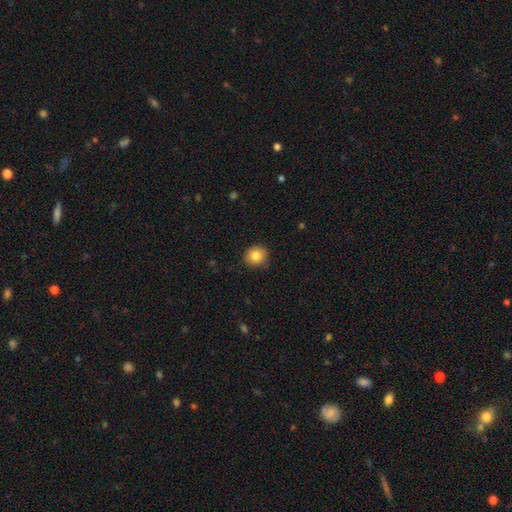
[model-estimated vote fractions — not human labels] Smooth or featured?
  - smooth: 83% *
  - star or artifact: 10%
  - featured or disk: 8%
How rounded?
  - round: 85% *
  - in between: 14%
  - cigar-shaped: 1%
Merging?
  - none: 87% *
  - minor disturbance: 10%
  - major disturbance: 2%
  - merger: 1%